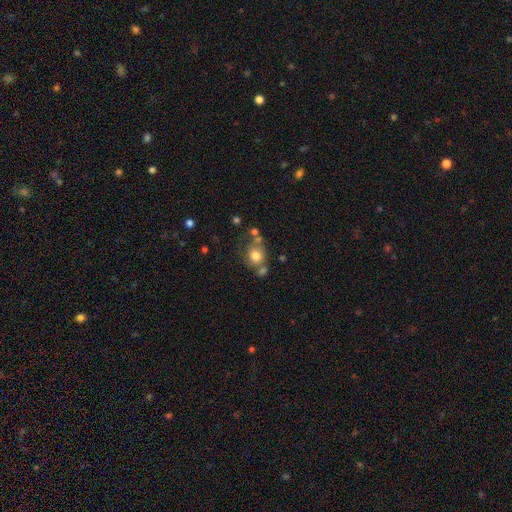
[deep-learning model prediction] Q: Smooth or featured?
A: smooth (74%); runner-up: featured or disk (15%)
Q: How rounded?
A: round (74%); runner-up: in between (25%)
Q: Merging?
A: none (48%); runner-up: merger (26%)